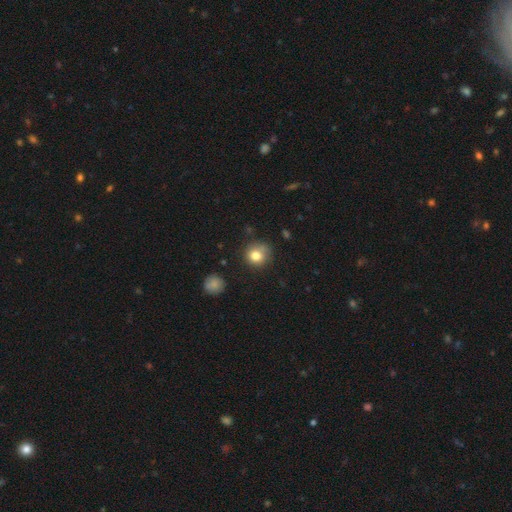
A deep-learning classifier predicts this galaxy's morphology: A smooth galaxy with no disk features (81%) that is round (88%). Merging: none (73%).